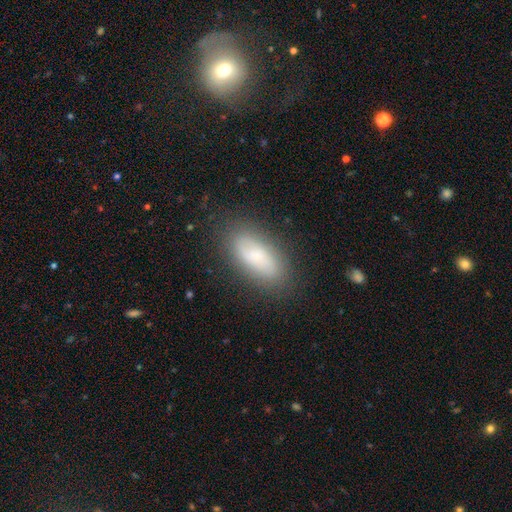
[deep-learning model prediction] smooth 72%, featured or disk 19%, star or artifact 8%. Down the decision tree: how rounded — in between (82%); merging — none (81%).